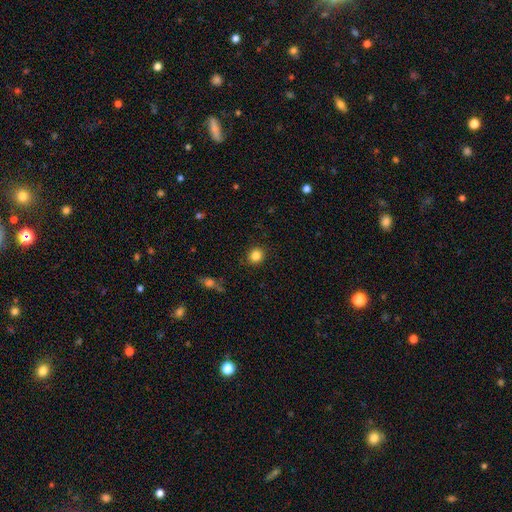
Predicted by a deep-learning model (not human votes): smooth-or-featured: smooth: 84% | star or artifact: 11% | featured or disk: 5%
  how-rounded: round: 88% | in between: 11% | cigar-shaped: 1%
  merging: none: 89% | minor disturbance: 7% | major disturbance: 2% | merger: 1%